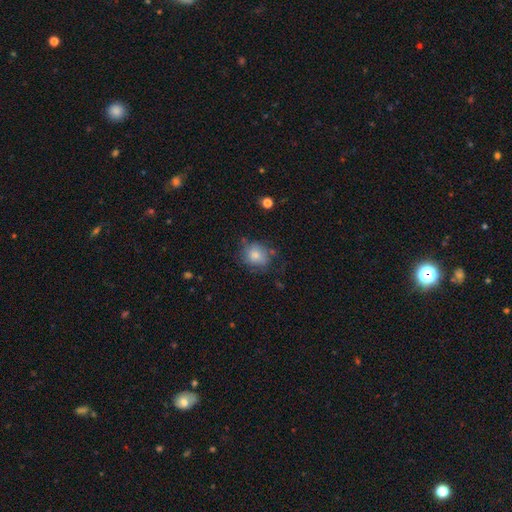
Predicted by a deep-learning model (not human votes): This appears to be a smooth galaxy with no disk features (77%) that is round (71%). Merging: none (63%).